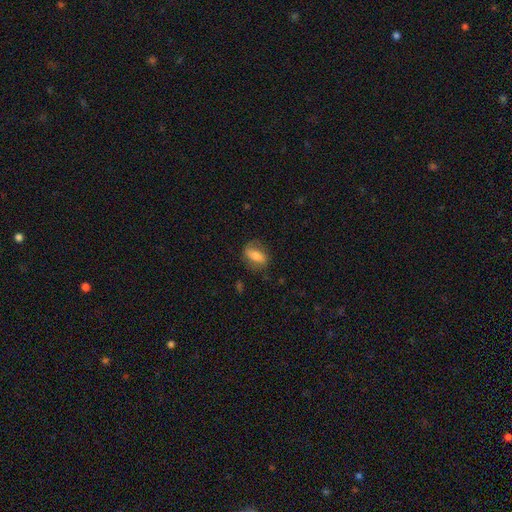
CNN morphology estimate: A smooth galaxy with no disk features (62%) that is in between round and cigar-shaped (81%). Merging: none (68%).